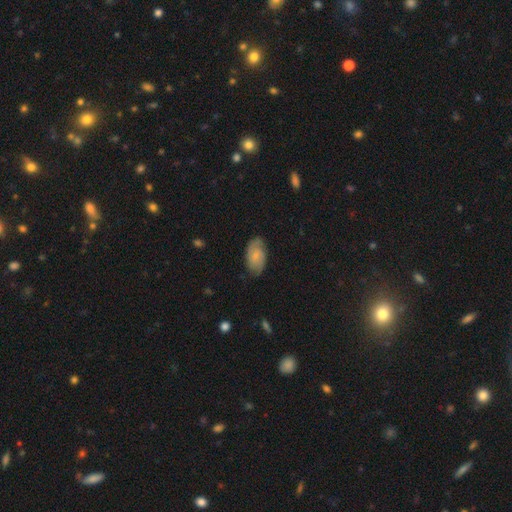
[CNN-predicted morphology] Smooth or featured? Predicted: smooth (p=0.47, tied with featured or disk). Merging? Predicted: none (p=0.74).